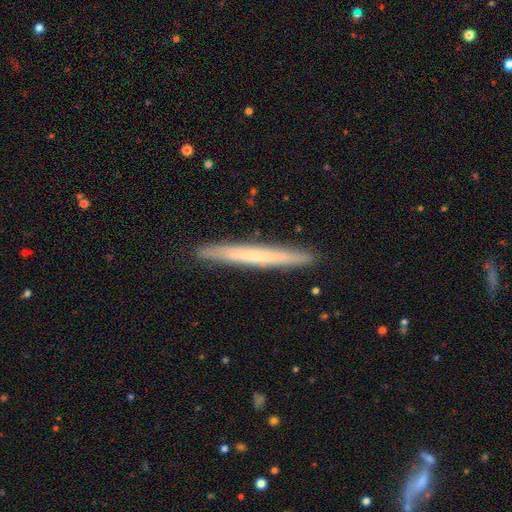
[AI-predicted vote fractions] Smooth or featured?
  - smooth: 52% *
  - featured or disk: 42%
  - star or artifact: 6%
How rounded?
  - cigar-shaped: 97% *
  - in between: 2%
  - round: 1%
Merging?
  - none: 91% *
  - minor disturbance: 7%
  - major disturbance: 1%
  - merger: 1%